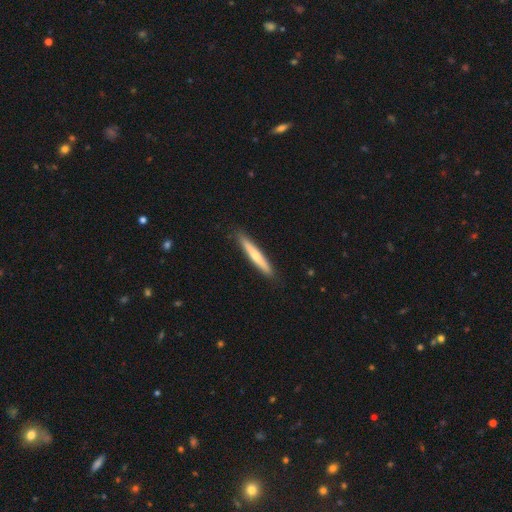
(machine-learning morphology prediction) type=smooth (55%); roundness=cigar-shaped (95%); merging=none (90%).